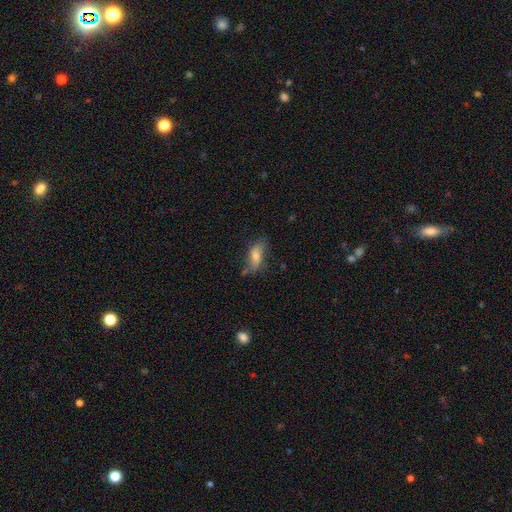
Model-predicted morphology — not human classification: The model was most divided on "smooth or featured": smooth: 59%, featured or disk: 31%, star or artifact: 10%. More confident: how rounded — in between (72%); merging — none (64%).